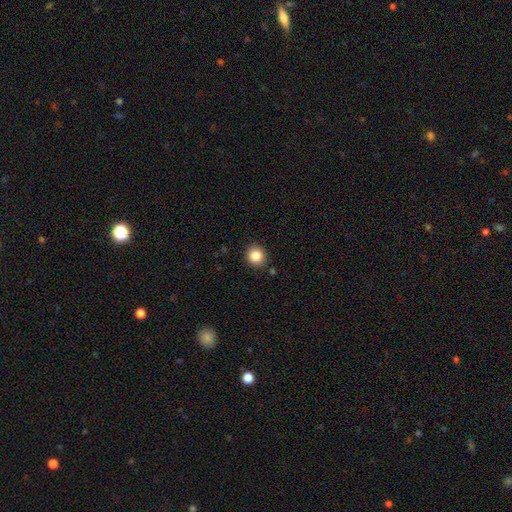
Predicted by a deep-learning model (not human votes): The model was most divided on "smooth or featured": smooth: 85%, star or artifact: 10%, featured or disk: 5%. More confident: merging — none (90%); how rounded — round (87%).